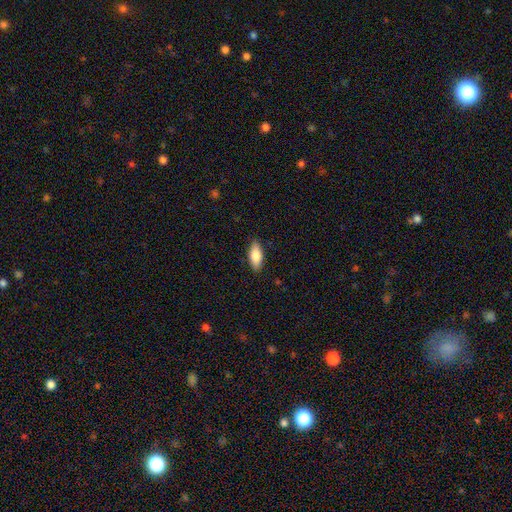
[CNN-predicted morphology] smooth_or_featured: smooth (p=0.82) [alt: featured or disk p=0.12]
how_rounded: in between (p=0.83) [alt: cigar-shaped p=0.15]
merging: none (p=0.87) [alt: minor disturbance p=0.10]